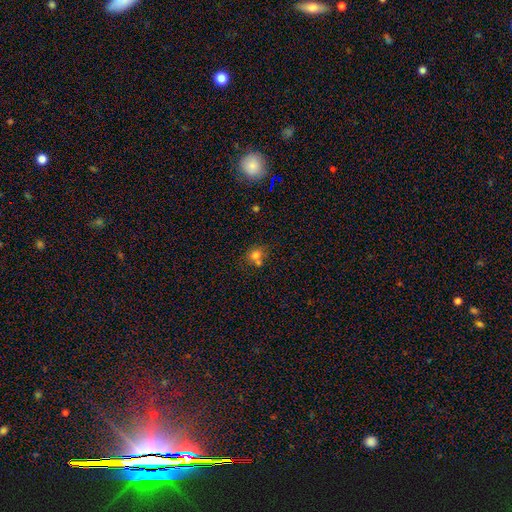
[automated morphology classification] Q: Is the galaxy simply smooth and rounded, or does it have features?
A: smooth — 72%.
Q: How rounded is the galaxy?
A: round — 66%.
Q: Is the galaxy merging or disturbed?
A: none — 47%.